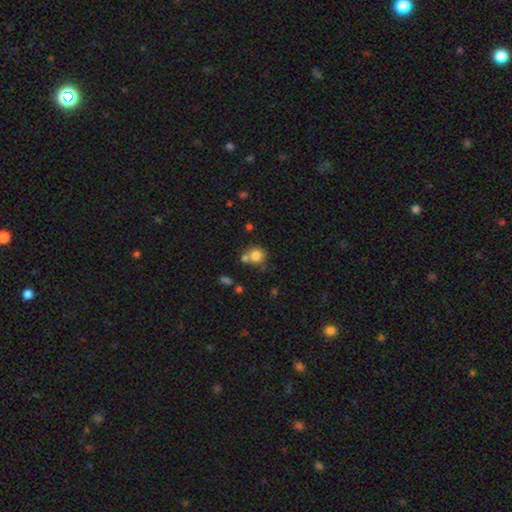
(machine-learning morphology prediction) Overall: smooth (79%). How rounded: round (86%). Merging: none (56%; merger 29%).